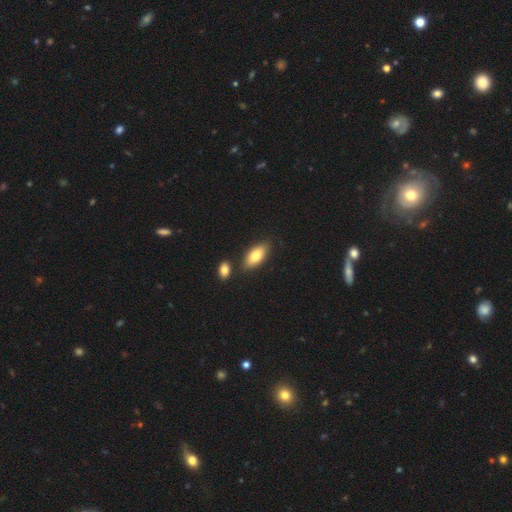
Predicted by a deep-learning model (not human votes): Morphology: type=smooth (82%); roundness=in between (88%); merging=none (76%).